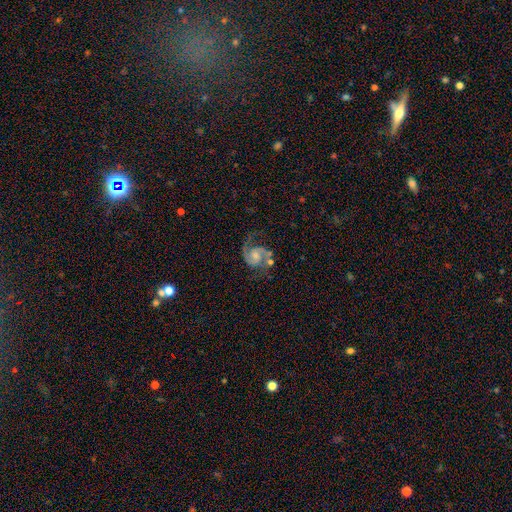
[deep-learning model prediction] Smooth or featured?
  - featured or disk: 89% *
  - star or artifact: 5%
  - smooth: 5%
Edge-on disk?
  - no: 98% *
  - yes: 2%
Bar?
  - no: 58% *
  - weak: 36%
  - strong: 6%
Spiral arms?
  - yes: 98% *
  - no: 2%
Spiral winding?
  - medium: 57% *
  - tight: 24%
  - loose: 18%
Spiral arm count?
  - 2: 91% *
  - 1: 3%
  - can't tell: 2%
  - 3: 2%
  - 4: 1%
  - more than 4: 1%
Bulge size?
  - moderate: 43% *
  - small: 39%
  - none: 12%
  - large: 5%
  - dominant: 1%
Merging?
  - none: 61% *
  - minor disturbance: 19%
  - major disturbance: 11%
  - merger: 8%